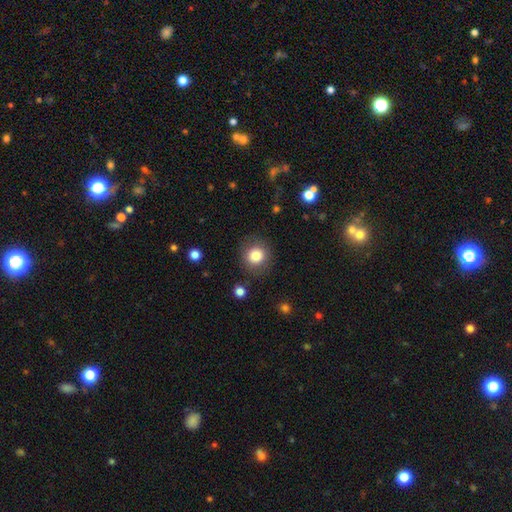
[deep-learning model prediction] Smooth or featured?
  - smooth: 83% *
  - star or artifact: 10%
  - featured or disk: 7%
How rounded?
  - round: 89% *
  - in between: 10%
  - cigar-shaped: 1%
Merging?
  - none: 84% *
  - minor disturbance: 10%
  - major disturbance: 4%
  - merger: 2%